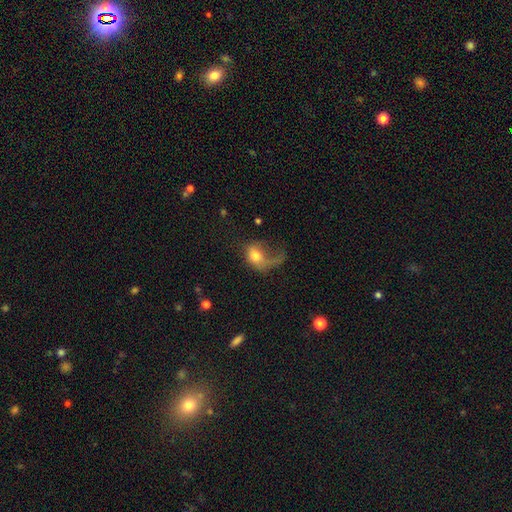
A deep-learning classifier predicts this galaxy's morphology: smooth 63%, featured or disk 28%, star or artifact 9%. Down the decision tree: how rounded — in between (63%); merging — major disturbance (64%).